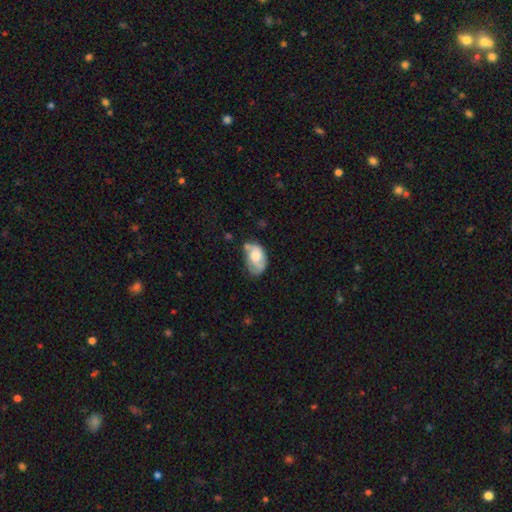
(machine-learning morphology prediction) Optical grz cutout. It shows a smooth galaxy with no disk features (50%). Merging: none (39%).